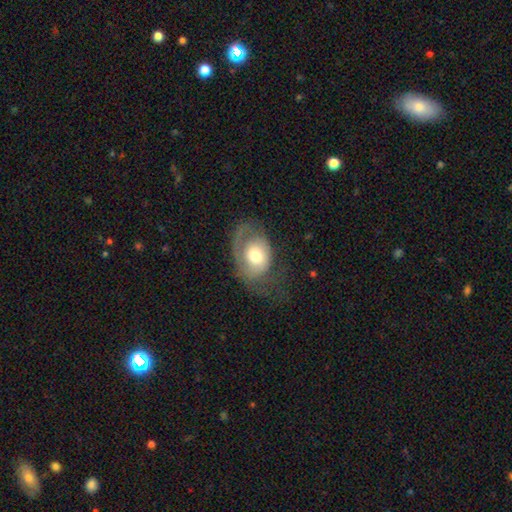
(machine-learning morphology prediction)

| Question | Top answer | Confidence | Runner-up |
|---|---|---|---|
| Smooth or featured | smooth | 50% | featured or disk (43%) |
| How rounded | in between | 67% | round (31%) |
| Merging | major disturbance | 38% | none (36%) |